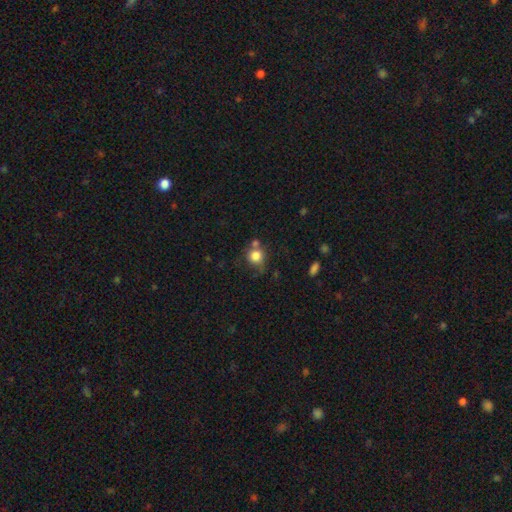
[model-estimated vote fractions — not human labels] smooth 81%, star or artifact 10%, featured or disk 9%. Down the decision tree: how rounded — round (85%); merging — none (52%).